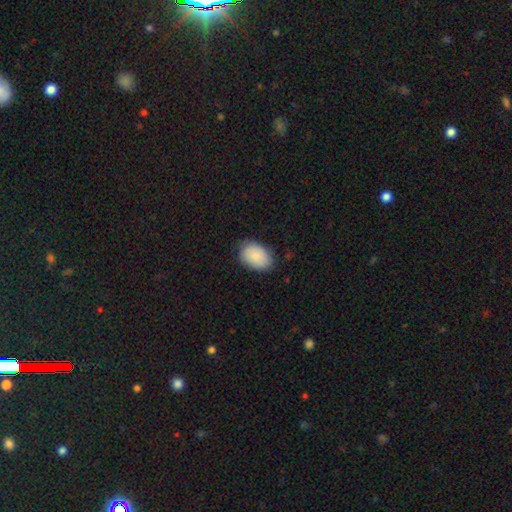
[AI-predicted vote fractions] Overall: smooth (87%). How rounded: in between (88%). Merging: none (80%).